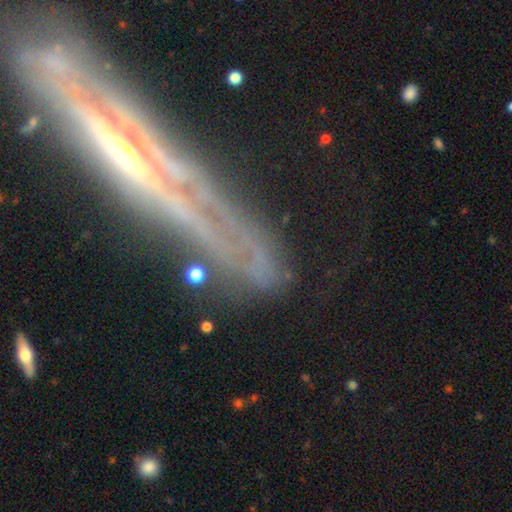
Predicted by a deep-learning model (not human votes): Smooth or featured? Predicted: featured or disk (p=0.74). Edge-on disk? Predicted: yes (p=0.63). Merging? Predicted: none (p=0.68).